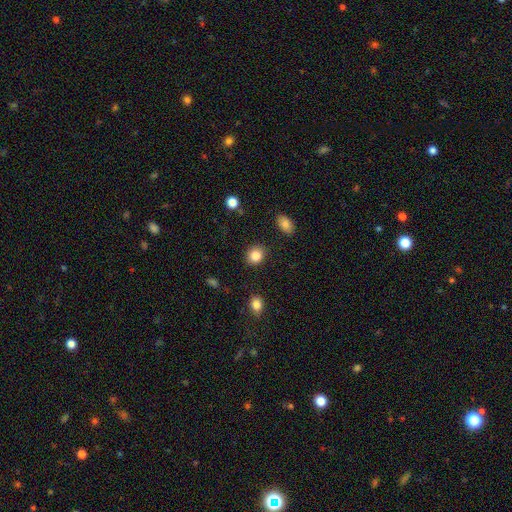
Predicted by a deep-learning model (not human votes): Overall: smooth (86%). How rounded: round (75%). Merging: none (88%).